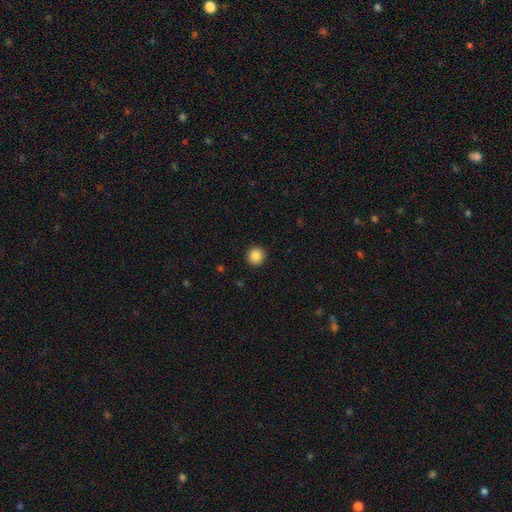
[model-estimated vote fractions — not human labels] This appears to be a smooth galaxy with no disk features (87%) that is round (95%). Merging: none (93%).